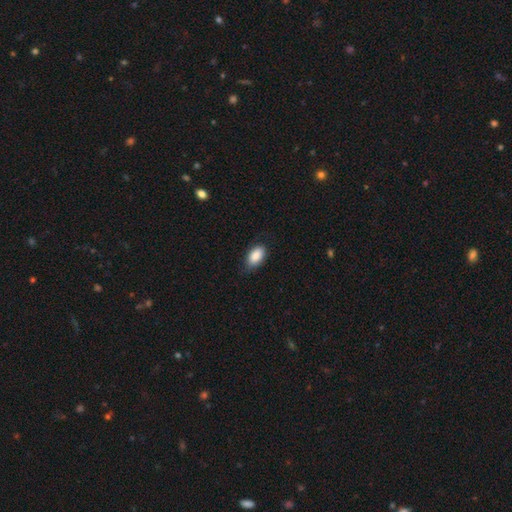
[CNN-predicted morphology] This is clearly a smooth galaxy (88%). How rounded: clearly in between (93%). Merging: likely none (75%).